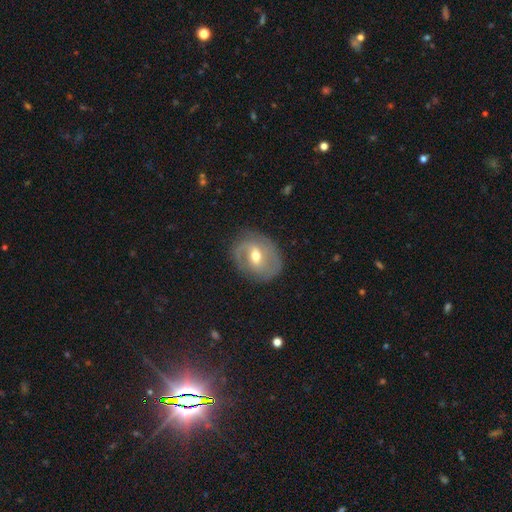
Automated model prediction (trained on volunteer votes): Smooth or featured? Predicted: featured or disk (p=0.73). Edge-on disk? Predicted: no (p=0.96). Bar? Predicted: weak (p=0.52). Spiral arms? Predicted: yes (p=0.81). Spiral winding? Predicted: medium (p=0.42). Spiral arm count? Predicted: 2 (p=0.65). Bulge size? Predicted: moderate (p=0.72). Merging? Predicted: none (p=0.75).